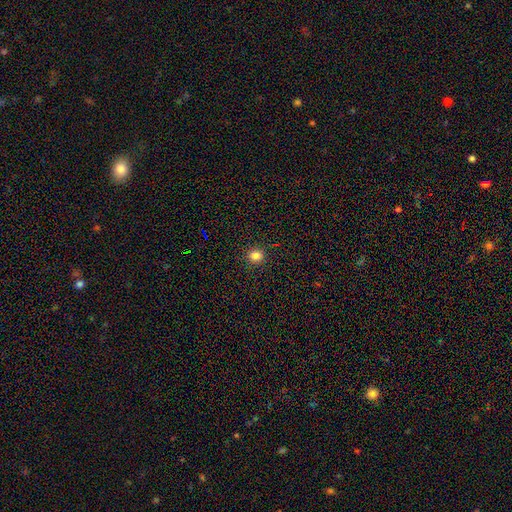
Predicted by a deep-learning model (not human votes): Smooth or featured: smooth — 82% (star or artifact — 13%)
How rounded: round — 80% (in between — 19%)
Merging: none — 91% (minor disturbance — 6%)